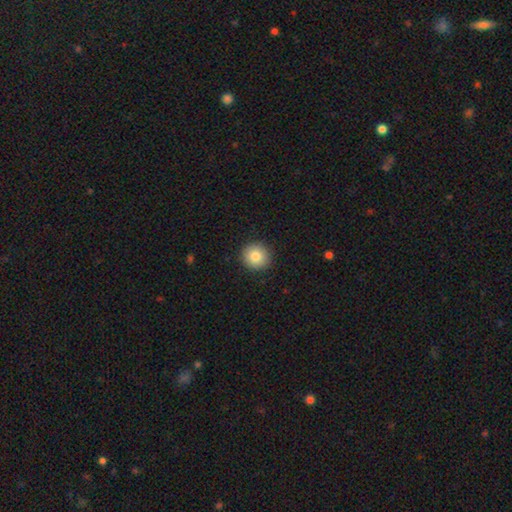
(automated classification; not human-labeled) The model was most divided on "smooth or featured": smooth: 83%, star or artifact: 9%, featured or disk: 8%. More confident: how rounded — round (93%); merging — none (92%).